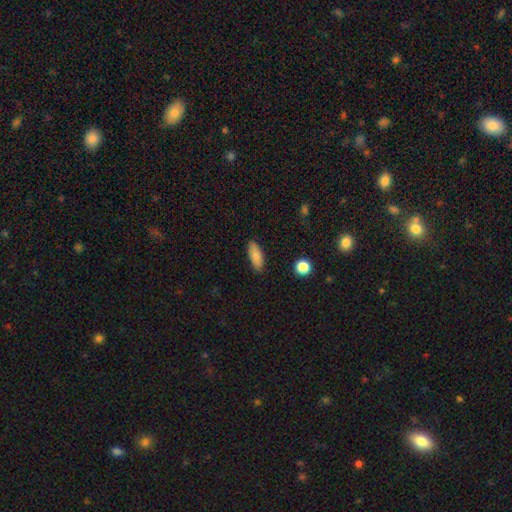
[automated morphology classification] smooth 87%, star or artifact 7%, featured or disk 6%. Down the decision tree: how rounded — in between (70%); merging — none (87%).